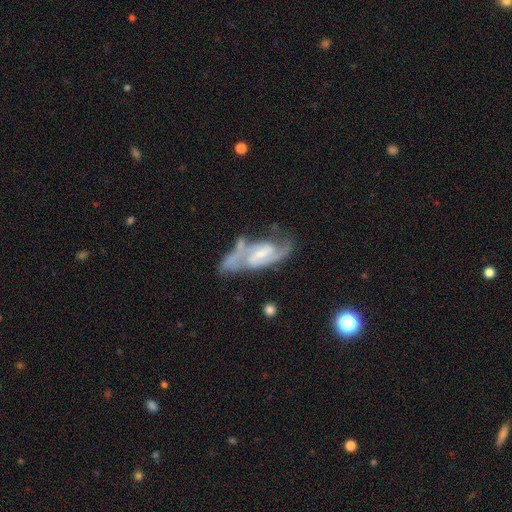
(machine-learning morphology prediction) Q: Smooth or featured?
A: featured or disk (77%); runner-up: smooth (15%)
Q: Edge-on disk?
A: no (89%); runner-up: yes (11%)
Q: Bar?
A: weak (44%); runner-up: no (39%)
Q: Spiral arms?
A: yes (87%); runner-up: no (13%)
Q: Spiral winding?
A: medium (47%); runner-up: tight (29%)
Q: Spiral arm count?
A: 2 (71%); runner-up: can't tell (16%)
Q: Bulge size?
A: small (50%); runner-up: moderate (28%)
Q: Merging?
A: none (46%); runner-up: minor disturbance (20%)